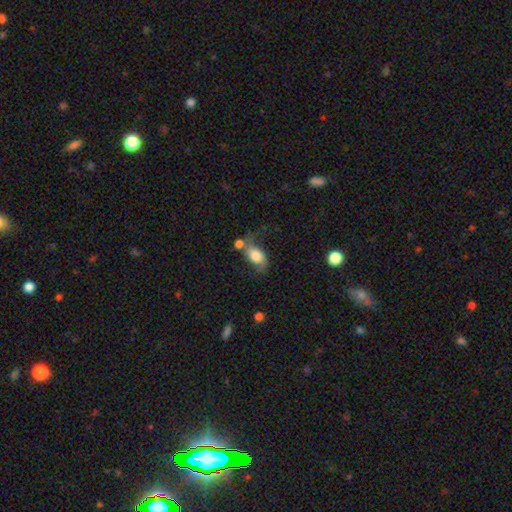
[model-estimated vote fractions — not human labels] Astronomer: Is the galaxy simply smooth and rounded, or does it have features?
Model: smooth — 58% (runner-up: featured or disk, 34%).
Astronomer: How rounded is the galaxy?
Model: in between — 89%.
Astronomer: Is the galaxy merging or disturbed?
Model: none — 41% (runner-up: minor disturbance, 22%).